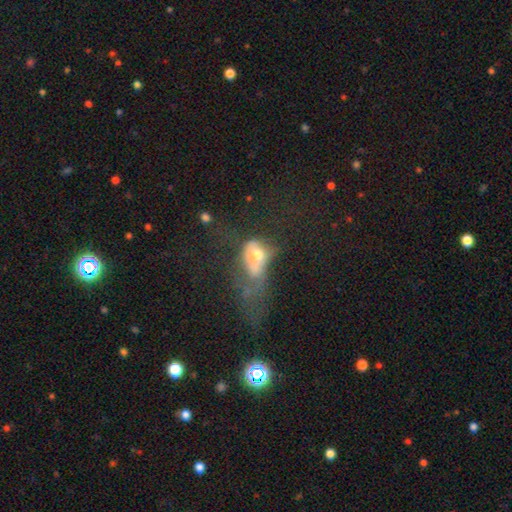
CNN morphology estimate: Smooth or featured?
  - smooth: 51% *
  - featured or disk: 36%
  - star or artifact: 13%
How rounded?
  - in between: 72% *
  - round: 25%
  - cigar-shaped: 4%
Merging?
  - major disturbance: 57% *
  - merger: 18%
  - minor disturbance: 13%
  - none: 13%